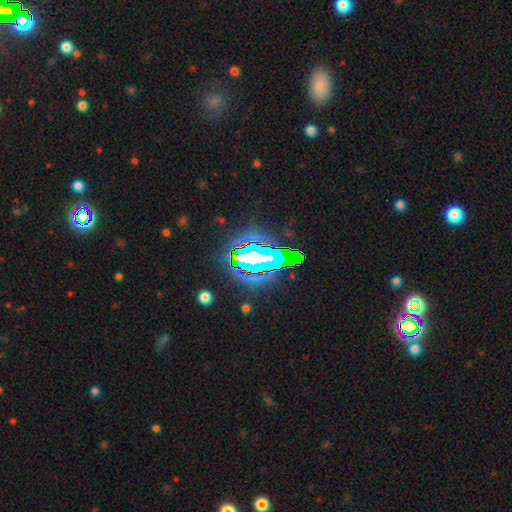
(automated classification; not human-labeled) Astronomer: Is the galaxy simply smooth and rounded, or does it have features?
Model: star or artifact — 67%.